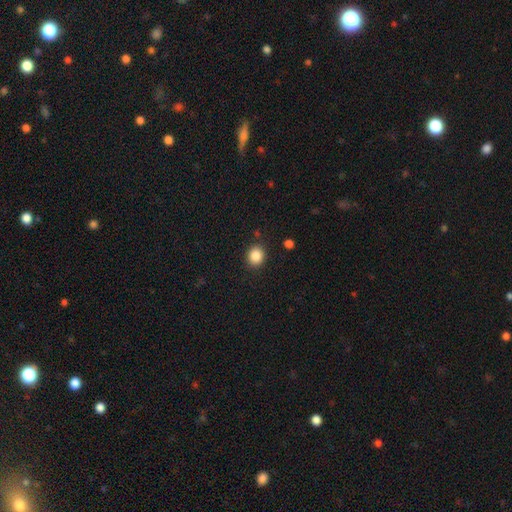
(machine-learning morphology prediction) A smooth galaxy with no disk features (86%) that is round (75%). Merging: none (88%).